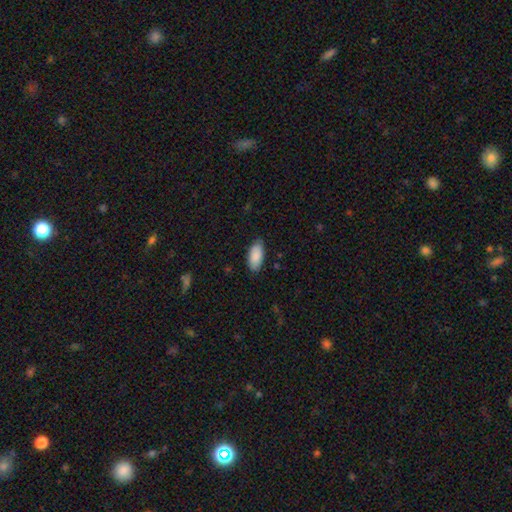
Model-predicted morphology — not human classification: smooth_or_featured: smooth (p=0.89) [alt: star or artifact p=0.06]
how_rounded: in between (p=0.92) [alt: cigar-shaped p=0.06]
merging: none (p=0.84) [alt: minor disturbance p=0.13]